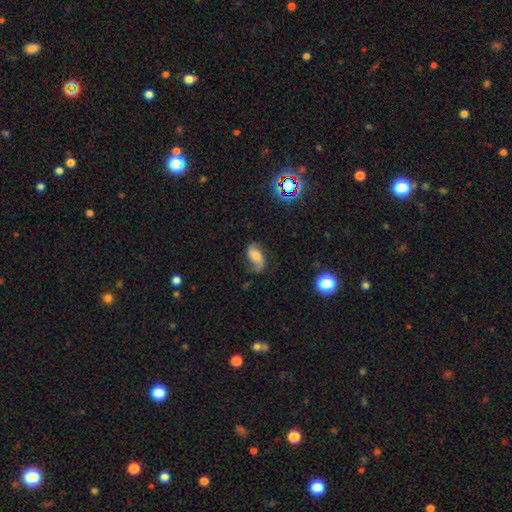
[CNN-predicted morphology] The model was most divided on "smooth or featured" (2-way tie): featured or disk: 44%, smooth: 44%, star or artifact: 11%. Remaining: merging — none (48%).